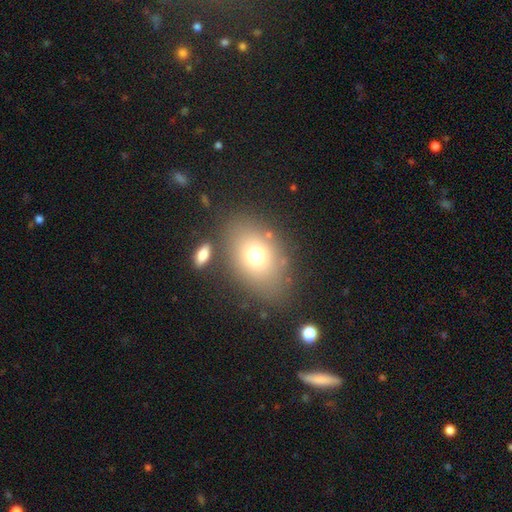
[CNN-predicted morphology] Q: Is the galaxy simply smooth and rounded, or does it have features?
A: smooth — 71%.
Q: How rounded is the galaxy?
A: in between — 72%.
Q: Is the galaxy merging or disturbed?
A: none — 70%.